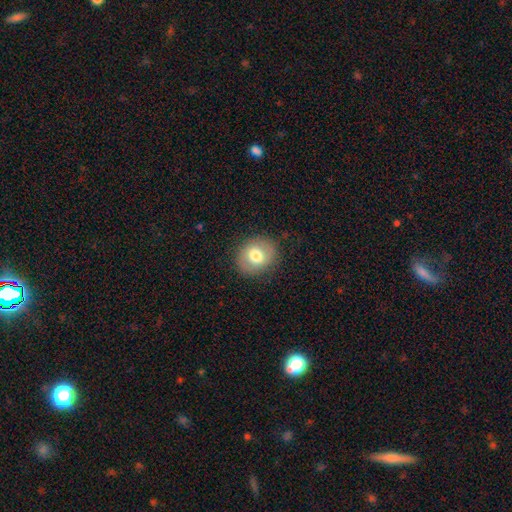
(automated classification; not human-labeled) A smooth galaxy with no disk features (69%) that is round (68%).

Vote fractions:
- Smooth or featured? smooth: 69% / featured or disk: 23% / star or artifact: 8%
- How rounded? round: 68% / in between: 31% / cigar-shaped: 1%
- Merging? none: 85% / minor disturbance: 10% / major disturbance: 4% / merger: 1%